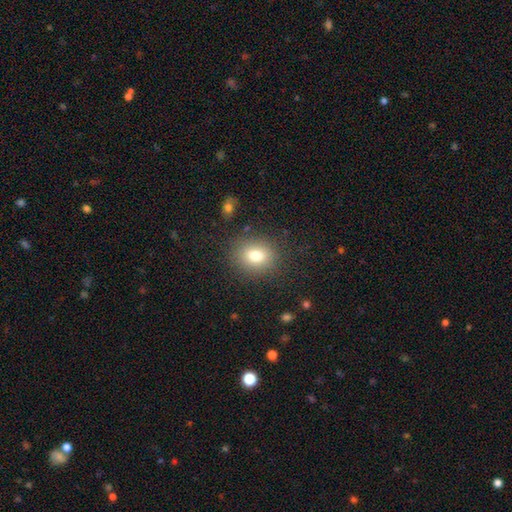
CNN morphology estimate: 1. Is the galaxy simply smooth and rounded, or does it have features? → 77% smooth, 12% star or artifact, 11% featured or disk.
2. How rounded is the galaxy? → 61% round, 38% in between, 1% cigar-shaped.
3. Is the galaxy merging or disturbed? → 84% none, 10% minor disturbance, 4% major disturbance, 2% merger.